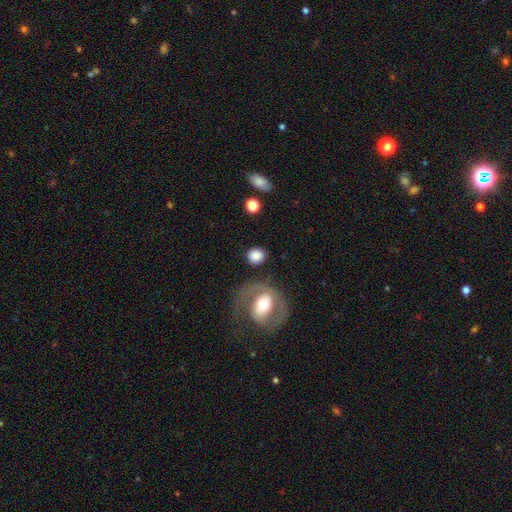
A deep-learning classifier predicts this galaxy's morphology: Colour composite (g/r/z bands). It shows a smooth galaxy with no disk features (80%) that is round (76%). Merging: none (79%).